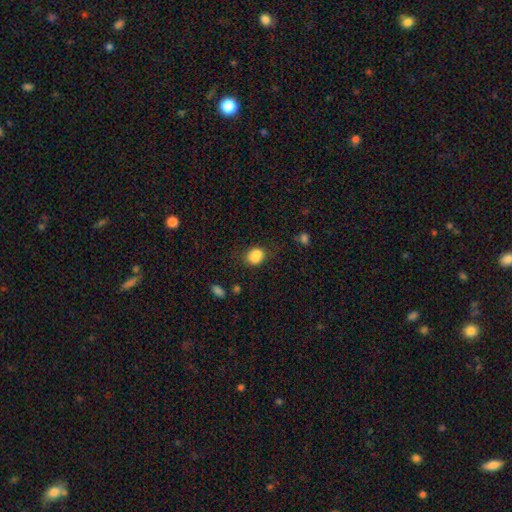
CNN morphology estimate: Q: Smooth or featured?
A: smooth (83%); runner-up: star or artifact (10%)
Q: How rounded?
A: in between (50%); runner-up: round (49%)
Q: Merging?
A: none (57%); runner-up: minor disturbance (21%)